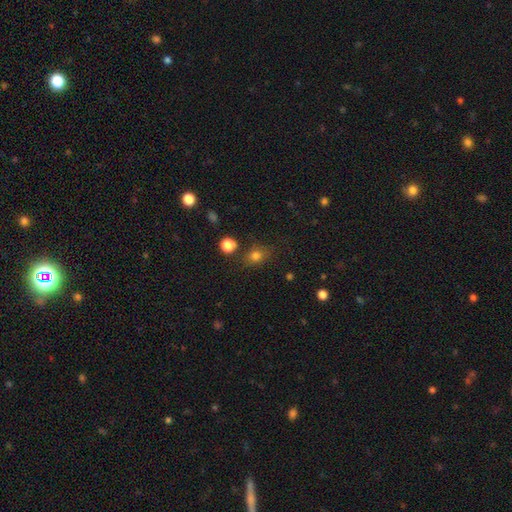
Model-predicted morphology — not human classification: A smooth galaxy with no disk features (77%) that is round (52%).

Vote fractions:
- Smooth or featured? smooth: 77% / star or artifact: 16% / featured or disk: 7%
- How rounded? round: 52% / in between: 46% / cigar-shaped: 2%
- Merging? none: 74% / minor disturbance: 15% / merger: 6% / major disturbance: 5%